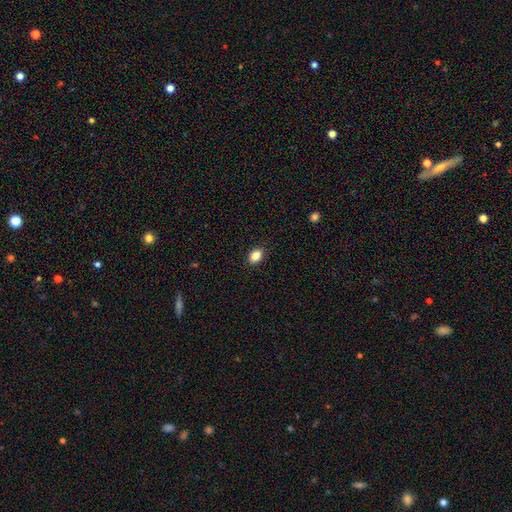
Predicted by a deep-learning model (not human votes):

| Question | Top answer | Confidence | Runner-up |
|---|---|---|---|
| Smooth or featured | smooth | 86% | star or artifact (10%) |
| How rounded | in between | 77% | round (21%) |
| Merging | none | 90% | minor disturbance (8%) |